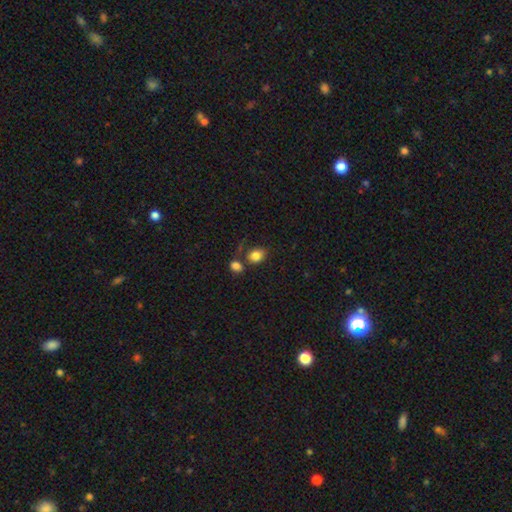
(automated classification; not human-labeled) Smooth or featured: smooth — 84% (star or artifact — 10%)
How rounded: in between — 52% (round — 47%)
Merging: none — 60% (merger — 22%)